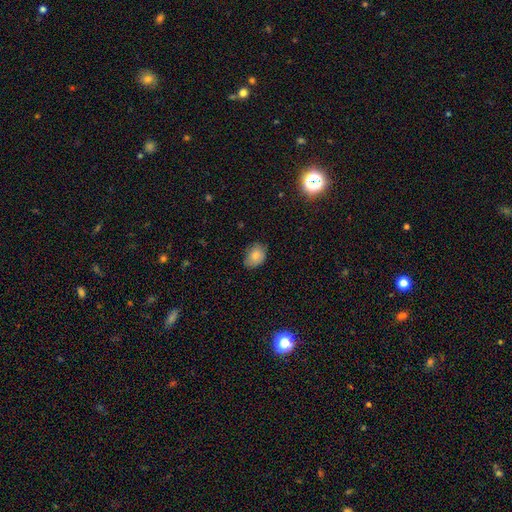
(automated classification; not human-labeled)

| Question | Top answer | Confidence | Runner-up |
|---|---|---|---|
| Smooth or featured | smooth | 82% | star or artifact (9%) |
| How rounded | in between | 63% | round (36%) |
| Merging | none | 70% | minor disturbance (25%) |